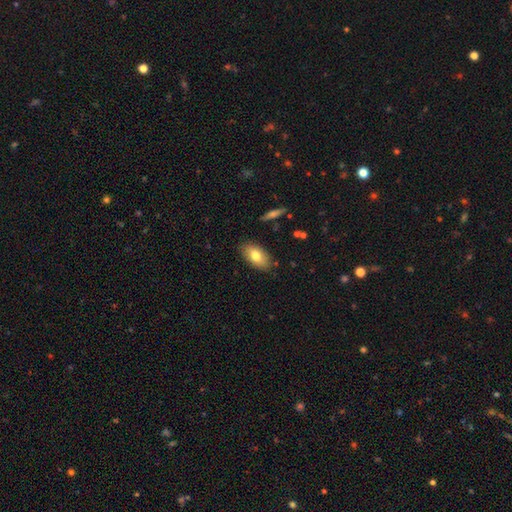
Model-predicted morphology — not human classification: A smooth galaxy with no disk features (77%) that is in between round and cigar-shaped (93%). Merging: none (85%).